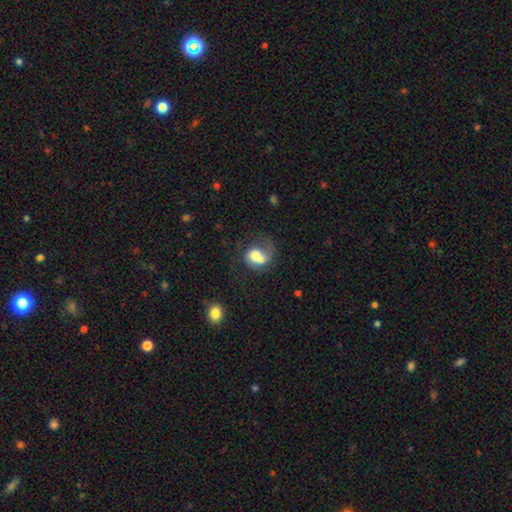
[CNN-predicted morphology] Smooth or featured? Predicted: smooth (p=0.53). How rounded? Predicted: round (p=0.52). Merging? Predicted: merger (p=0.32).